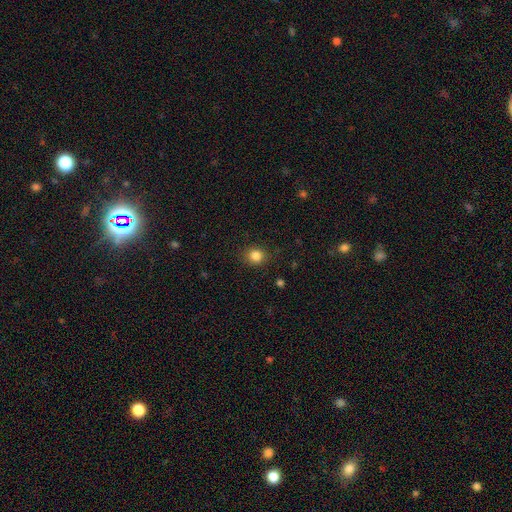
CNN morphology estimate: A smooth galaxy with no disk features (84%) that is round (81%).

Vote fractions:
- Smooth or featured? smooth: 84% / star or artifact: 12% / featured or disk: 5%
- How rounded? round: 81% / in between: 18% / cigar-shaped: 1%
- Merging? none: 88% / minor disturbance: 9% / major disturbance: 3% / merger: 1%